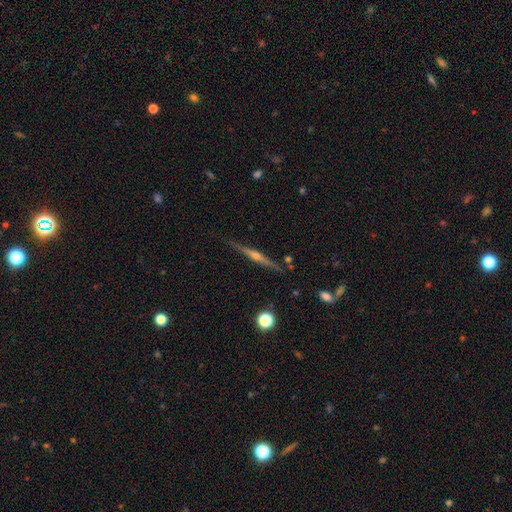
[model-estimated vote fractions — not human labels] smooth-or-featured: featured or disk: 80% | smooth: 13% | star or artifact: 7%
  disk-edge-on: yes: 98% | no: 2%
    edge-on-bulge: rounded: 88% | none: 7% | boxy: 5%
  merging: none: 88% | minor disturbance: 9% | merger: 2% | major disturbance: 2%